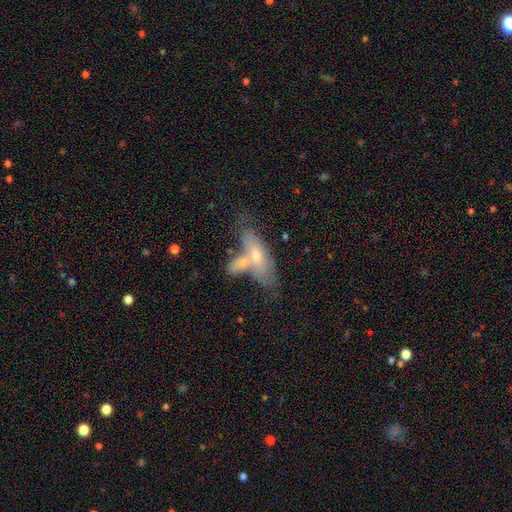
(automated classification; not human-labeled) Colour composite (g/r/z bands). It shows a smooth galaxy with no disk features (50%) that is in between round and cigar-shaped (57%). Merging: merger (44%).